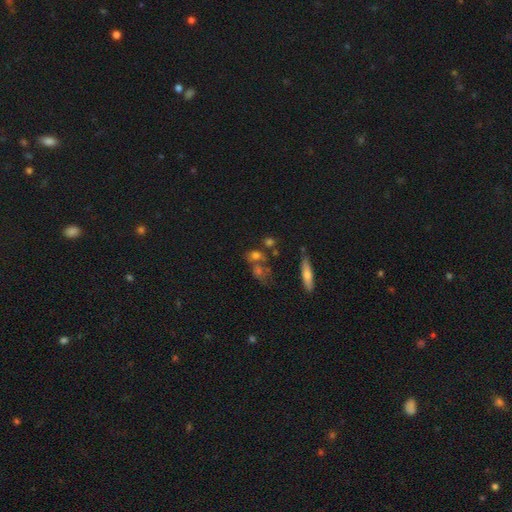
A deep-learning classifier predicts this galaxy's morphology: Smooth or featured: smooth — 61% (featured or disk — 21%)
How rounded: in between — 49% (round — 43%)
Merging: none — 45% (merger — 32%)